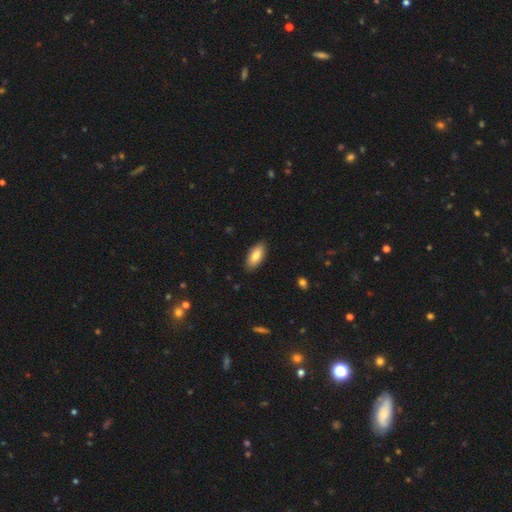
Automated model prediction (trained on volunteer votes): Overall: smooth (84%). How rounded: in between (88%). Merging: none (87%).